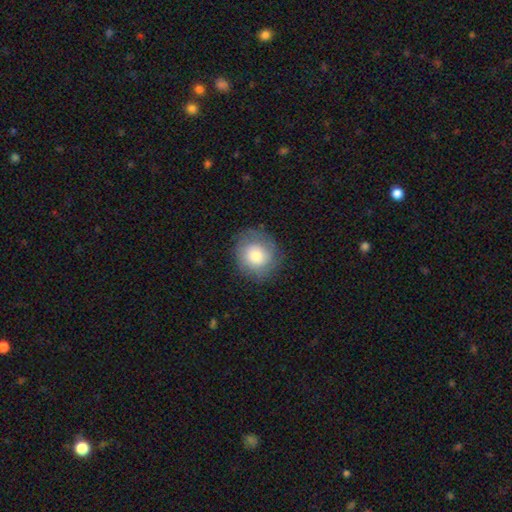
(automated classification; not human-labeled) A smooth galaxy with no disk features (72%) that is round (84%).

Vote fractions:
- Smooth or featured? smooth: 72% / featured or disk: 20% / star or artifact: 9%
- How rounded? round: 84% / in between: 15% / cigar-shaped: 1%
- Merging? none: 79% / minor disturbance: 15% / major disturbance: 6% / merger: 1%